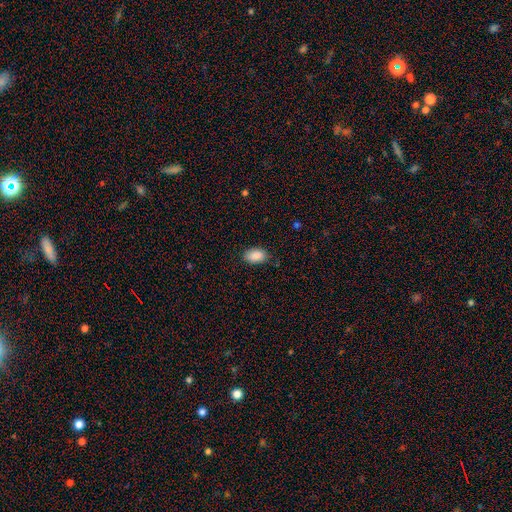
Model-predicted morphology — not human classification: This appears to be a smooth galaxy with no disk features (89%) that is in between round and cigar-shaped (90%). Merging: none (81%).